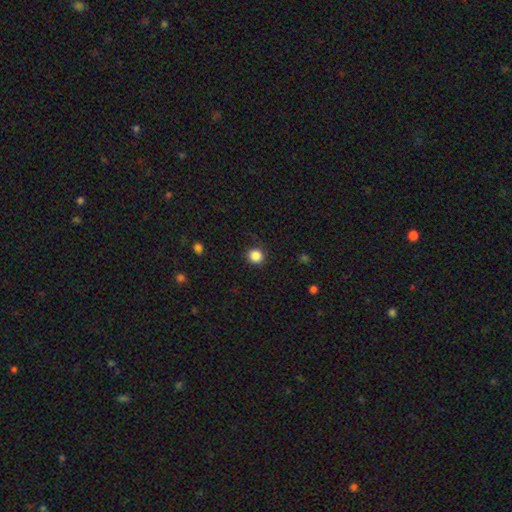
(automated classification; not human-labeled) smooth 86%, star or artifact 10%, featured or disk 4%. Down the decision tree: how rounded — round (90%); merging — none (86%).